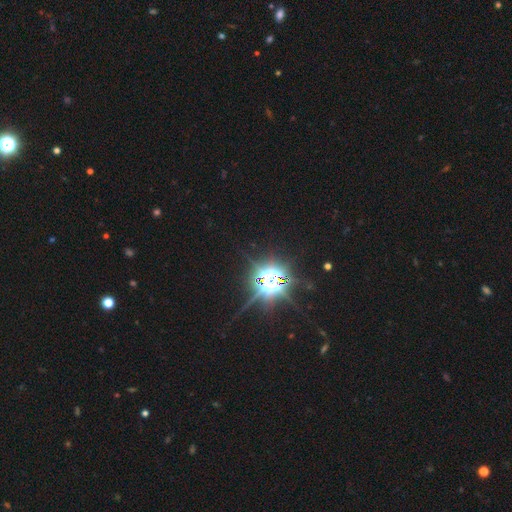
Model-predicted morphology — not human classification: Smooth or featured: star or artifact — 85% (smooth — 9%)